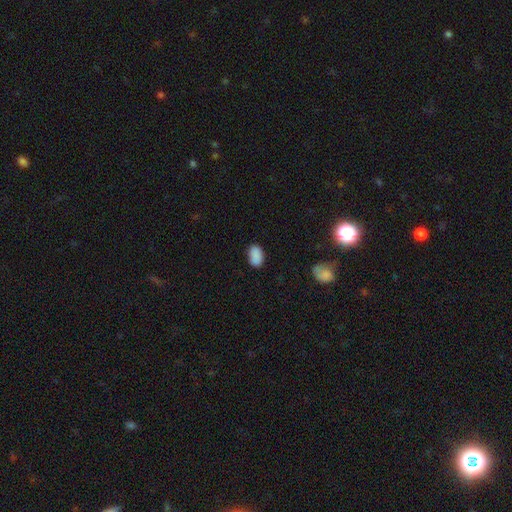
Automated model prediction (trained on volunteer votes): Smooth or featured: smooth — 88% (star or artifact — 8%)
How rounded: in between — 92% (round — 7%)
Merging: none — 82% (minor disturbance — 14%)